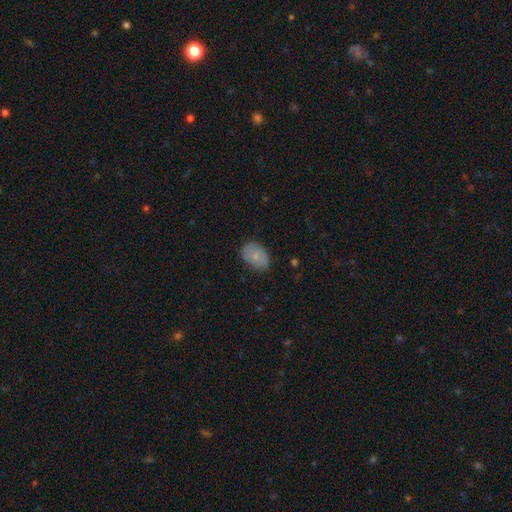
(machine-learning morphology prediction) smooth-or-featured: smooth: 81% | featured or disk: 12% | star or artifact: 7%
  how-rounded: in between: 81% | round: 18% | cigar-shaped: 1%
  merging: none: 78% | minor disturbance: 17% | major disturbance: 4% | merger: 1%